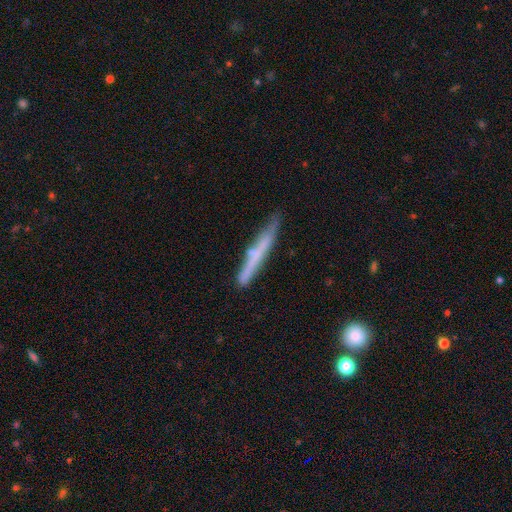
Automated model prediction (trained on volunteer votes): smooth 50%, featured or disk 43%, star or artifact 7%. Down the decision tree: how rounded — cigar-shaped (95%); merging — none (70%).